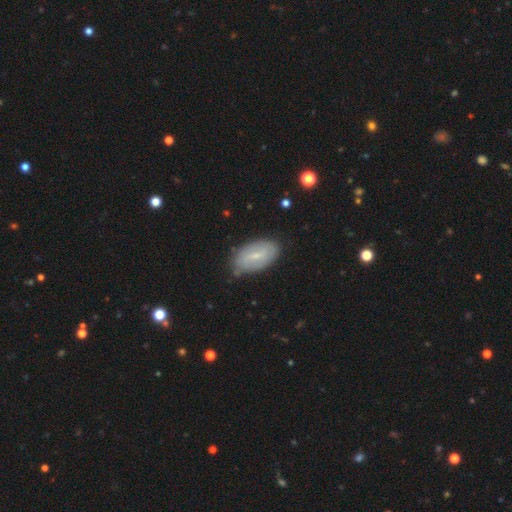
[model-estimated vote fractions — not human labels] A smooth galaxy with no disk features (54%) that is in between round and cigar-shaped (93%).

Vote fractions:
- Smooth or featured? smooth: 54% / featured or disk: 39% / star or artifact: 7%
- How rounded? in between: 93% / cigar-shaped: 4% / round: 3%
- Merging? none: 76% / minor disturbance: 19% / major disturbance: 4% / merger: 2%